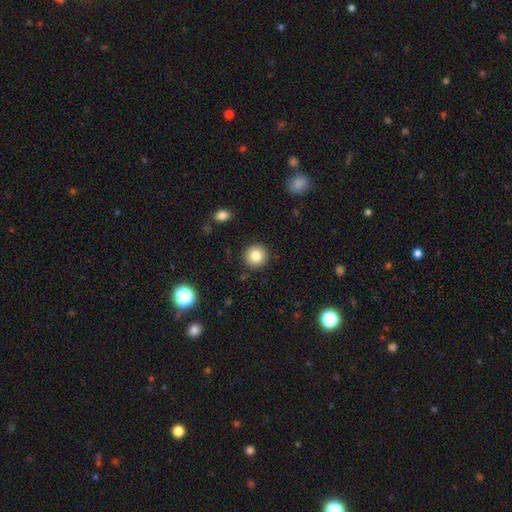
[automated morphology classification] This is clearly a smooth galaxy (83%). How rounded: clearly round (93%). Merging: clearly none (91%).